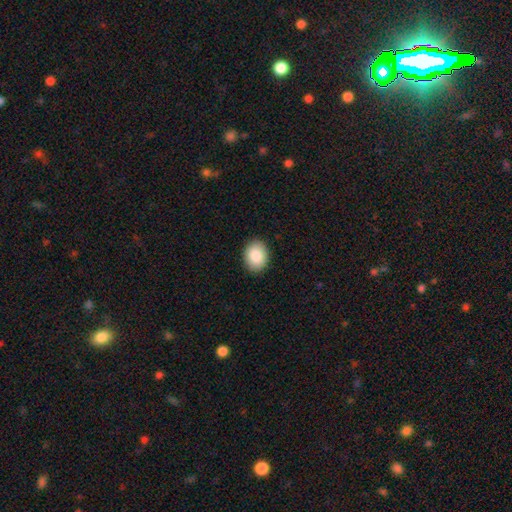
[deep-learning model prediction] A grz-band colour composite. It shows a smooth galaxy with no disk features (87%) that is in between round and cigar-shaped (61%). Merging: none (90%).